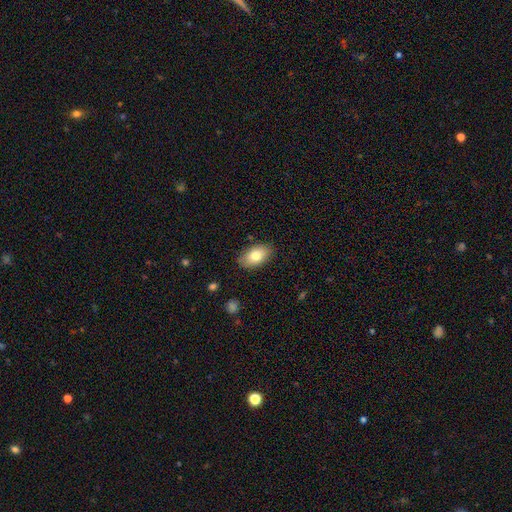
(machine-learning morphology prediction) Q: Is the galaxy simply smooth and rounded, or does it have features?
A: smooth — 79%.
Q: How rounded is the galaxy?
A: in between — 92%.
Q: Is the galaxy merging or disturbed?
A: none — 85%.